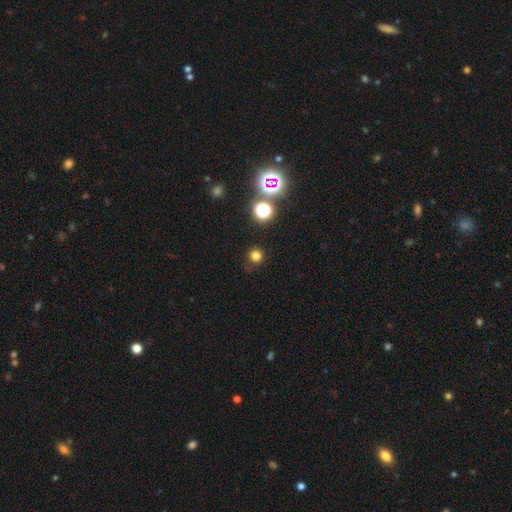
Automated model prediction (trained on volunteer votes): Morphology: type=smooth (74%); roundness=round (94%); merging=none (86%).